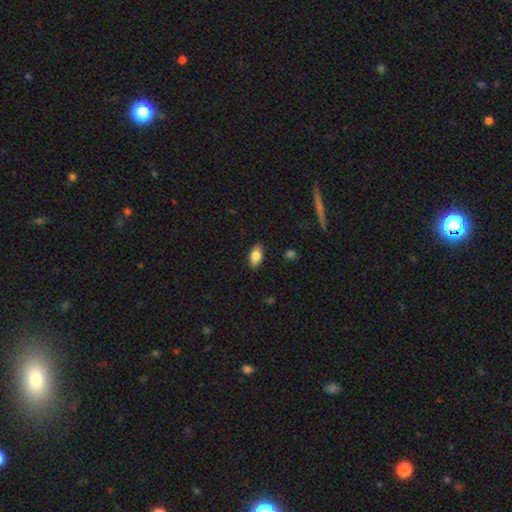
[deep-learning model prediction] Morphology: type=smooth (80%); roundness=in between (90%); merging=none (88%).